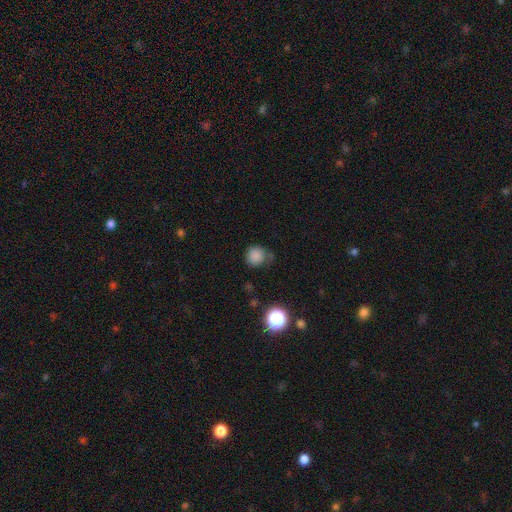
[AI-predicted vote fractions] A smooth galaxy with no disk features (82%) that is round (91%). Merging: none (70%).